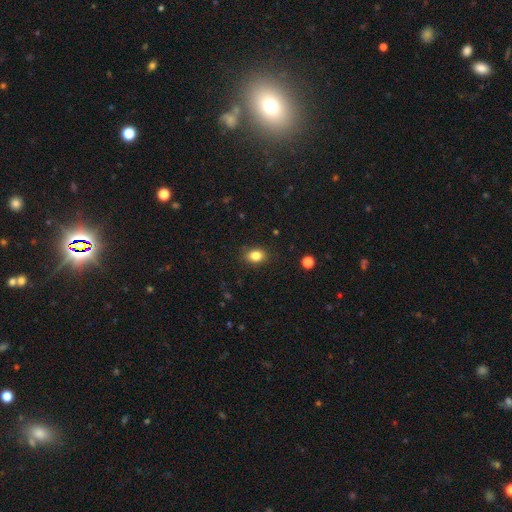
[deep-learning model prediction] The model was most divided on "how rounded": in between: 69%, round: 30%, cigar-shaped: 1%. More confident: merging — none (86%); smooth or featured — smooth (84%).